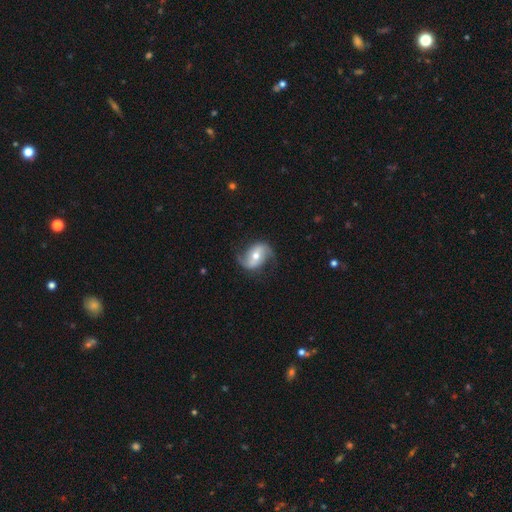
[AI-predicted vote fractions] smooth-or-featured: featured or disk: 78% | smooth: 16% | star or artifact: 6%
  disk-edge-on: no: 97% | yes: 3%
    bar: no: 38% | weak: 36% | strong: 26%
    has-spiral-arms: yes: 92% | no: 8%
      spiral-winding: loose: 58% | medium: 31% | tight: 11%
      spiral-arm-count: 2: 91% | can't tell: 4% | 1: 3% | 3: 1% | 4: 1% | more than 4: 1%
    bulge-size: moderate: 65% | small: 29% | large: 4% | none: 1% | dominant: 1%
  merging: none: 74% | minor disturbance: 17% | major disturbance: 8% | merger: 1%